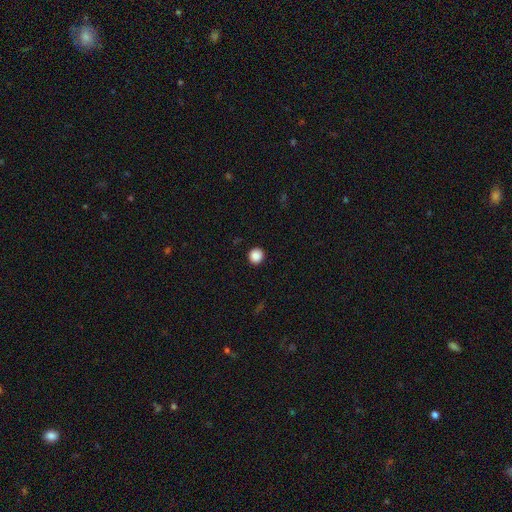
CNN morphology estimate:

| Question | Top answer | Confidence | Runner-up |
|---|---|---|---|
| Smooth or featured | smooth | 88% | star or artifact (9%) |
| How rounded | round | 93% | in between (6%) |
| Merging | none | 93% | minor disturbance (4%) |